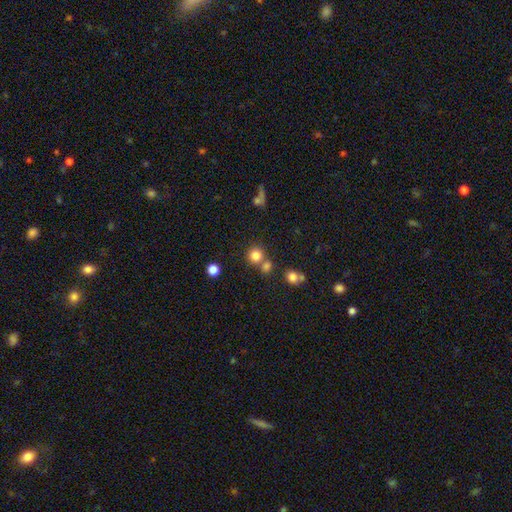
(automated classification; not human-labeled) smooth-or-featured: smooth: 80% | star or artifact: 14% | featured or disk: 7%
  how-rounded: round: 91% | in between: 8% | cigar-shaped: 1%
  merging: none: 66% | merger: 23% | minor disturbance: 8% | major disturbance: 3%